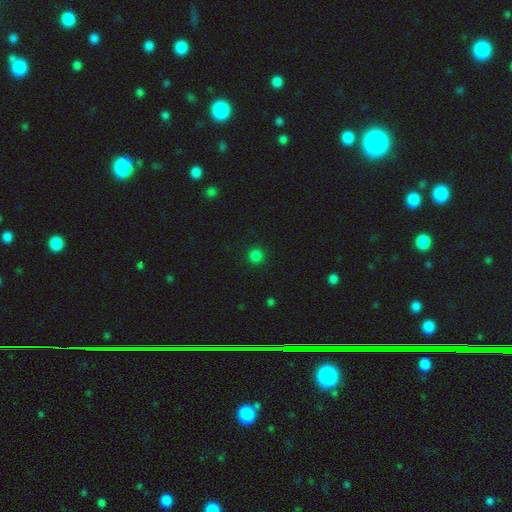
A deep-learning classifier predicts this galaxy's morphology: smooth-or-featured: smooth: 83% | star or artifact: 14% | featured or disk: 3%
  how-rounded: round: 94% | in between: 5% | cigar-shaped: 1%
  merging: none: 92% | minor disturbance: 5% | major disturbance: 2% | merger: 1%